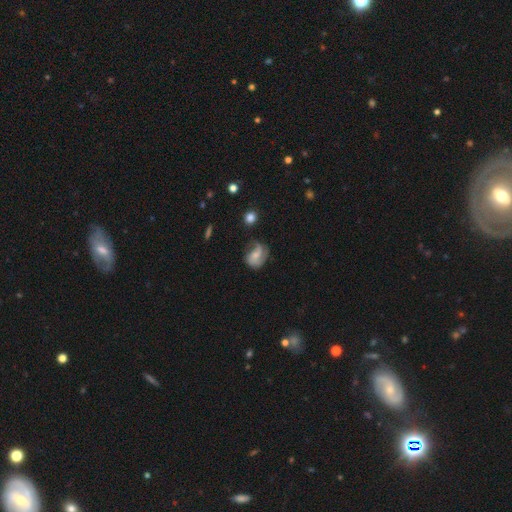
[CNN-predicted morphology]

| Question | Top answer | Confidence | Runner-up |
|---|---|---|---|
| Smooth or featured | featured or disk | 57% | smooth (35%) |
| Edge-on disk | no | 97% | yes (3%) |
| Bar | no | 57% | weak (35%) |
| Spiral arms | yes | 85% | no (15%) |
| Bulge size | small | 47% | moderate (31%) |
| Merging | none | 47% | minor disturbance (28%) |